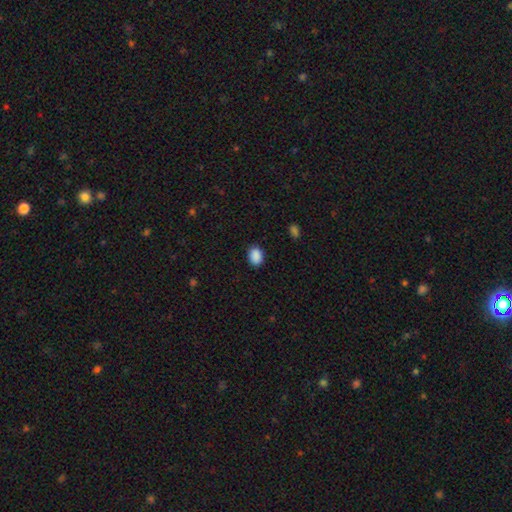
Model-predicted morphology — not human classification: This is clearly a smooth galaxy (90%). How rounded: likely in between (73%). Merging: clearly none (88%).